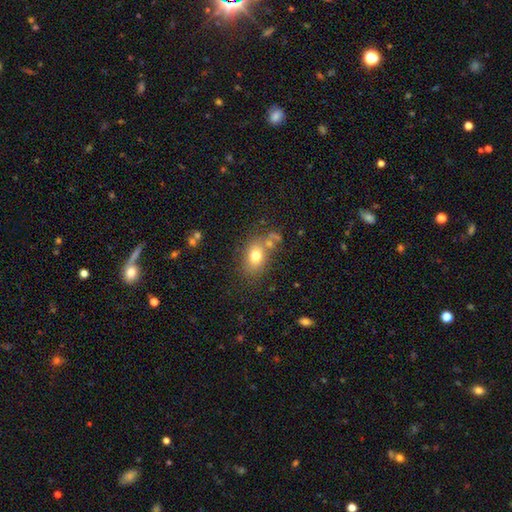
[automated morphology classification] The model was most divided on "how rounded": in between: 71%, round: 27%, cigar-shaped: 1%. More confident: smooth or featured — smooth (75%); merging — none (66%).